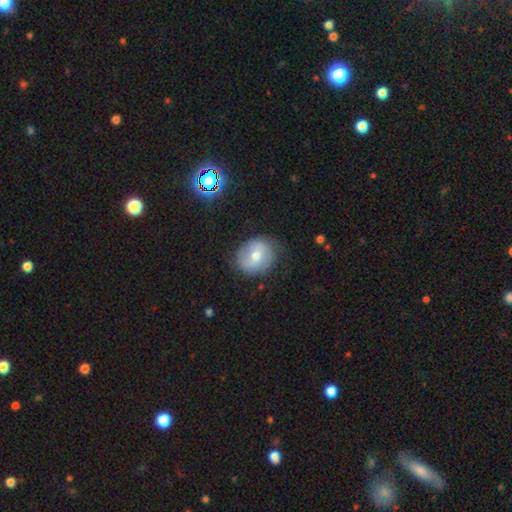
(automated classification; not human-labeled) Q: Smooth or featured?
A: smooth (51%); runner-up: featured or disk (39%)
Q: How rounded?
A: round (73%); runner-up: in between (26%)
Q: Merging?
A: none (81%); runner-up: minor disturbance (14%)